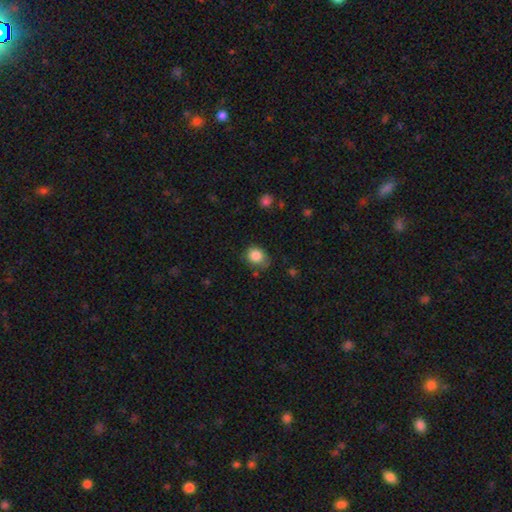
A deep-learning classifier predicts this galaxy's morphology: Smooth or featured: smooth — 84% (star or artifact — 9%)
How rounded: round — 65% (in between — 34%)
Merging: none — 65% (minor disturbance — 26%)